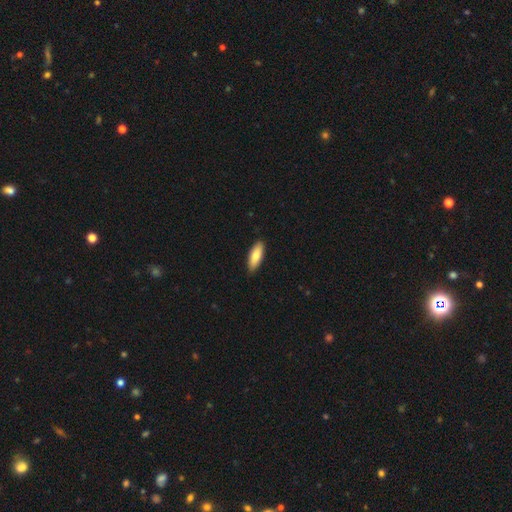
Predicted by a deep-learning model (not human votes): smooth 80%, featured or disk 14%, star or artifact 6%. Down the decision tree: how rounded — in between (69%); merging — none (87%).